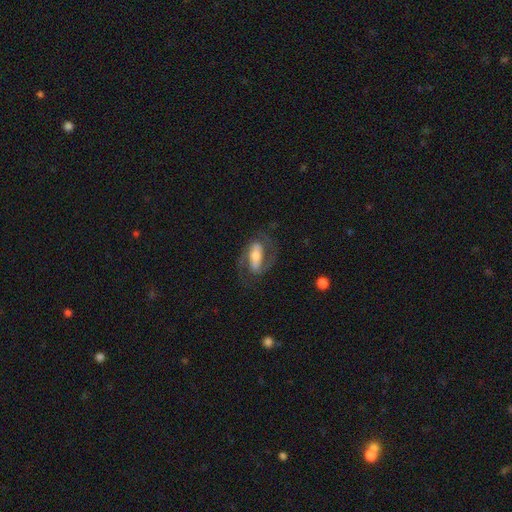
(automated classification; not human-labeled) Smooth or featured?
  - featured or disk: 72% *
  - smooth: 22%
  - star or artifact: 6%
Edge-on disk?
  - no: 91% *
  - yes: 9%
Bar?
  - strong: 55% *
  - weak: 26%
  - no: 19%
Spiral arms?
  - yes: 85% *
  - no: 15%
Spiral winding?
  - medium: 51% *
  - loose: 25%
  - tight: 23%
Spiral arm count?
  - 2: 87% *
  - can't tell: 6%
  - 1: 4%
  - 3: 1%
  - 4: 1%
  - more than 4: 1%
Bulge size?
  - moderate: 52% *
  - small: 28%
  - large: 14%
  - none: 3%
  - dominant: 2%
Merging?
  - none: 68% *
  - minor disturbance: 16%
  - major disturbance: 15%
  - merger: 2%